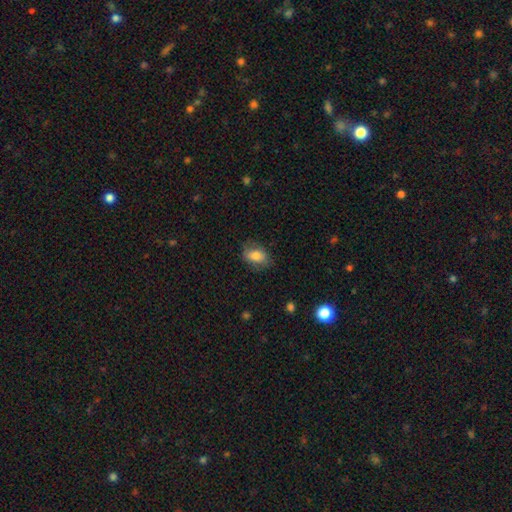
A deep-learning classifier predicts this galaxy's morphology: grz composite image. It shows a smooth galaxy with no disk features (77%) that is in between round and cigar-shaped (82%). Merging: none (70%).